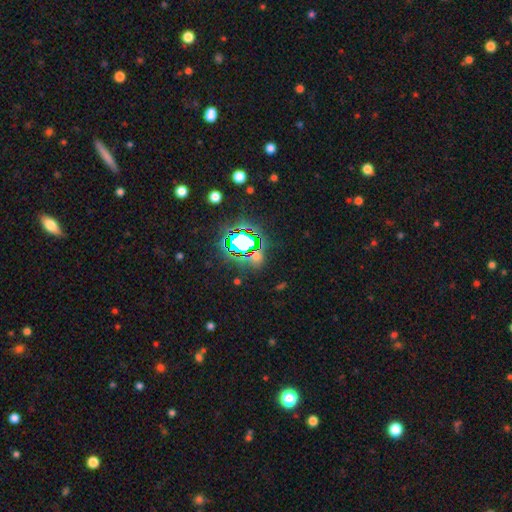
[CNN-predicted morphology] Overall: star or artifact (67%).